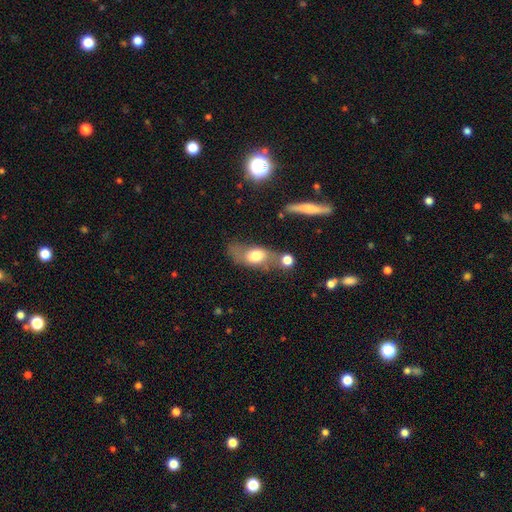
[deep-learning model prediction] smooth 60%, featured or disk 32%, star or artifact 8%. Down the decision tree: how rounded — in between (77%); merging — none (44%).